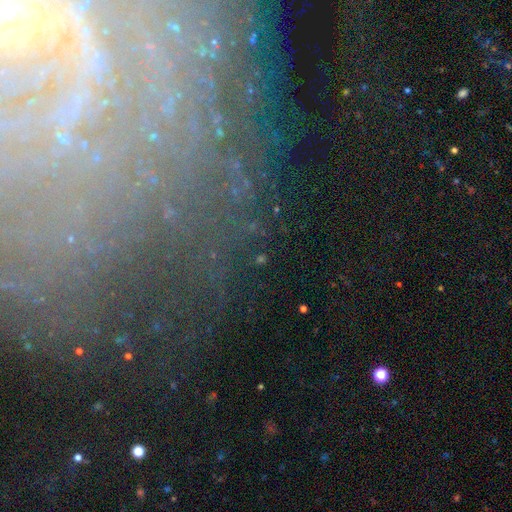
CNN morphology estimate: smooth-or-featured: star or artifact: 43% | featured or disk: 40% | smooth: 17%